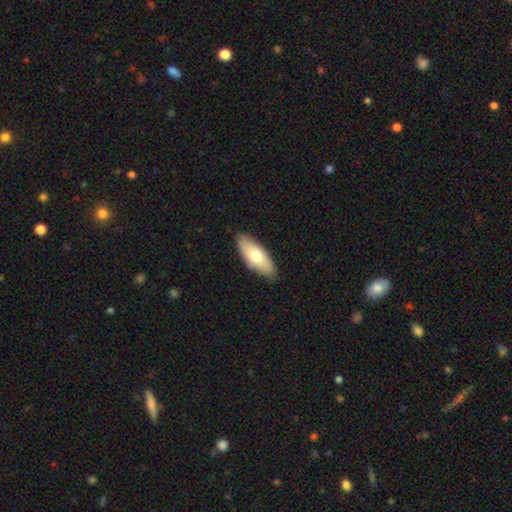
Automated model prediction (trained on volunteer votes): smooth-or-featured: smooth: 69% | featured or disk: 25% | star or artifact: 5%
  how-rounded: in between: 77% | cigar-shaped: 21% | round: 2%
  merging: none: 84% | minor disturbance: 13% | major disturbance: 2% | merger: 1%